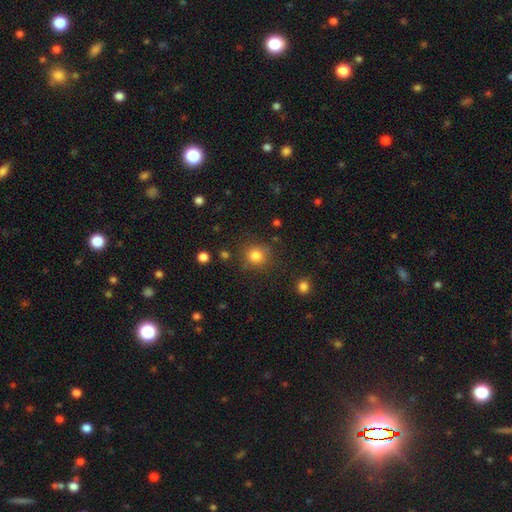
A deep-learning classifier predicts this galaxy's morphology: smooth 82%, star or artifact 13%, featured or disk 5%. Down the decision tree: how rounded — round (89%); merging — none (80%).